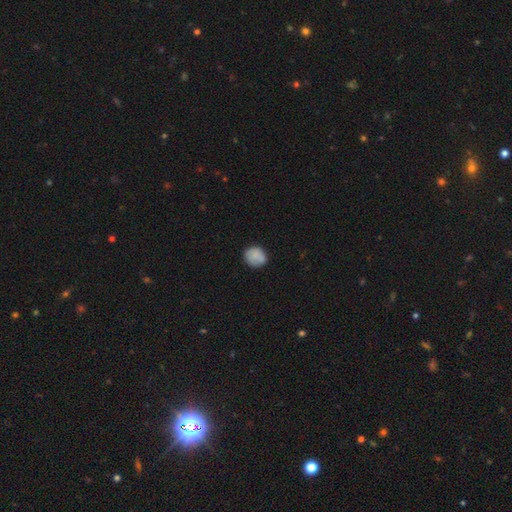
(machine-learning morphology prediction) Q: Smooth or featured?
A: smooth (83%); runner-up: featured or disk (9%)
Q: How rounded?
A: round (81%); runner-up: in between (18%)
Q: Merging?
A: none (80%); runner-up: minor disturbance (15%)